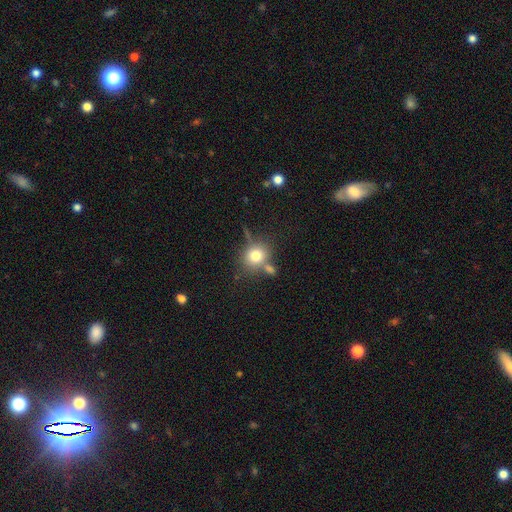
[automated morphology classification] This appears to be a smooth galaxy with no disk features (74%) that is round (75%). Merging: none (62%).